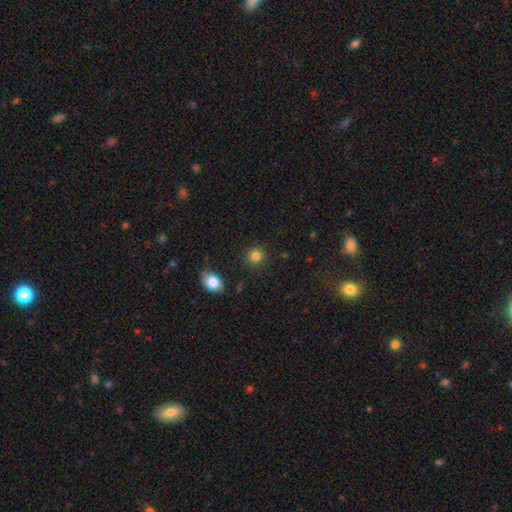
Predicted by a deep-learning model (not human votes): Smooth or featured? smooth (84%)
How rounded? round (87%)
Merging? none (89%)